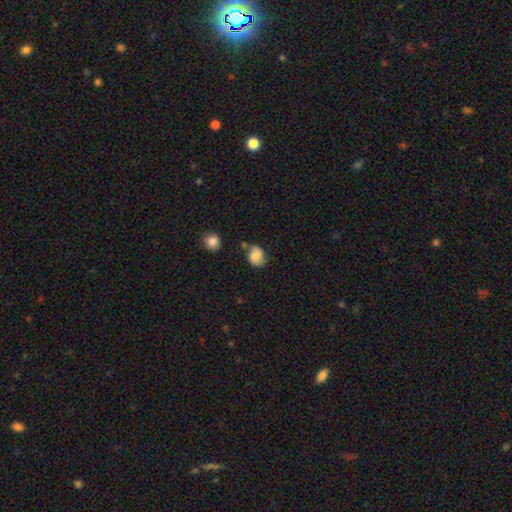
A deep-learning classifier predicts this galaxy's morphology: type=smooth (58%); roundness=round (57%); merging=none (62%).